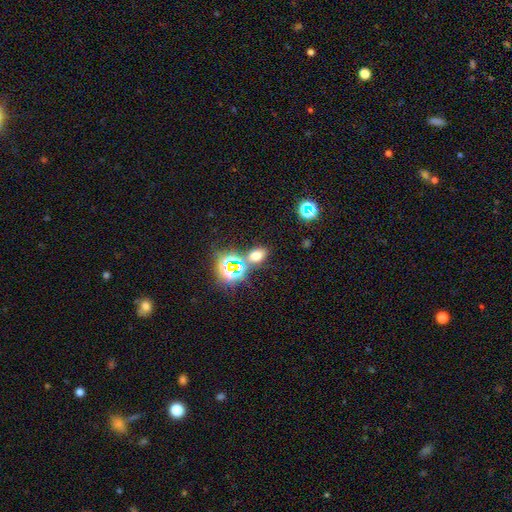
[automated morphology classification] Smooth or featured: smooth — 56% (star or artifact — 36%)
How rounded: in between — 76% (round — 22%)
Merging: none — 72% (merger — 13%)